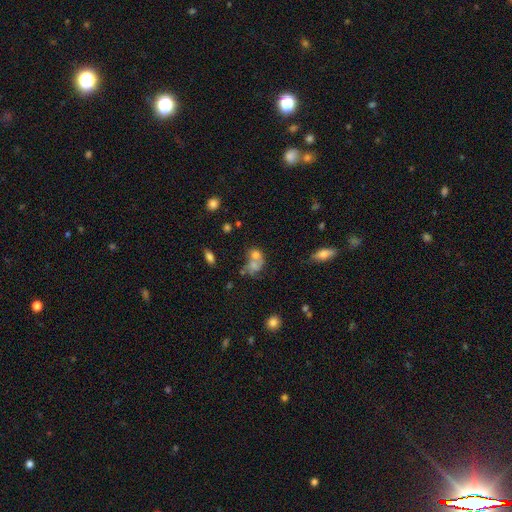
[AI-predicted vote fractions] A smooth galaxy with no disk features (59%) that is in between round and cigar-shaped (55%). Merging: merger (57%).